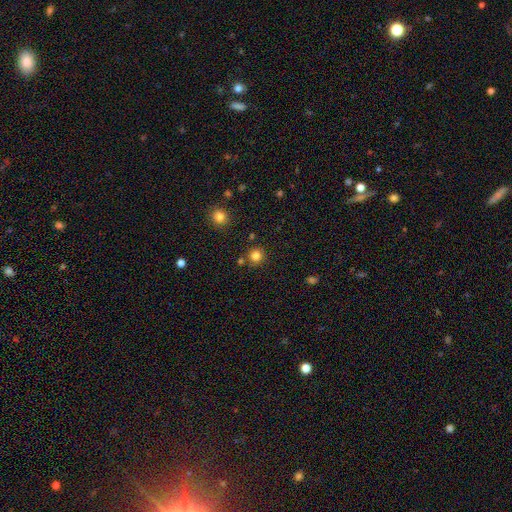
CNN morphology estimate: type=smooth (82%); roundness=round (92%); merging=none (83%).